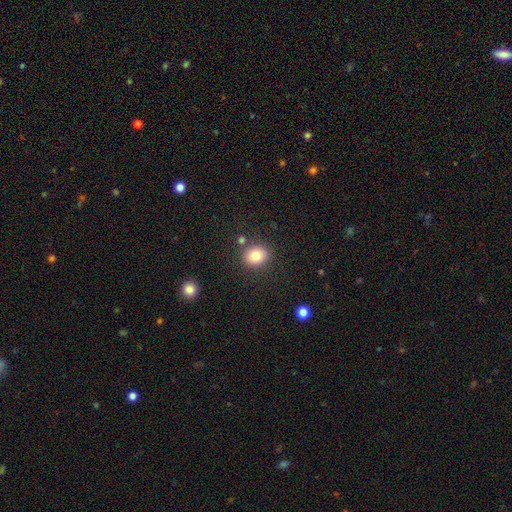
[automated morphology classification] Smooth or featured? smooth (82%)
How rounded? round (72%)
Merging? none (82%)